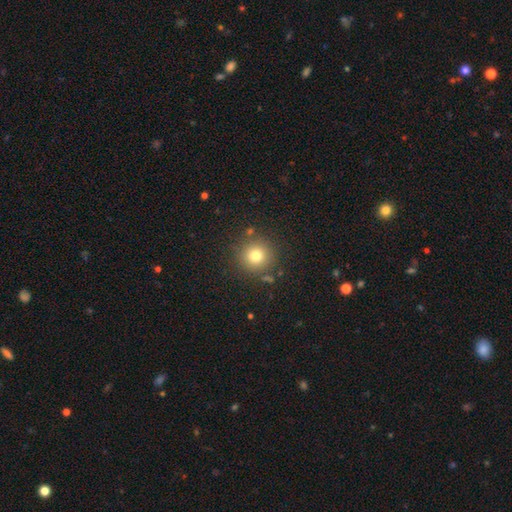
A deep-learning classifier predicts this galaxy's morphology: Smooth or featured? Predicted: smooth (p=0.78). How rounded? Predicted: round (p=0.94). Merging? Predicted: none (p=0.86).